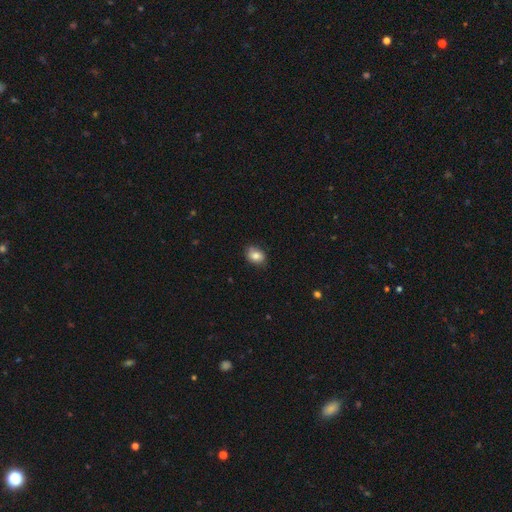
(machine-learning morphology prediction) Overall: smooth (79%). How rounded: in between (64%; round 34%). Merging: none (78%).